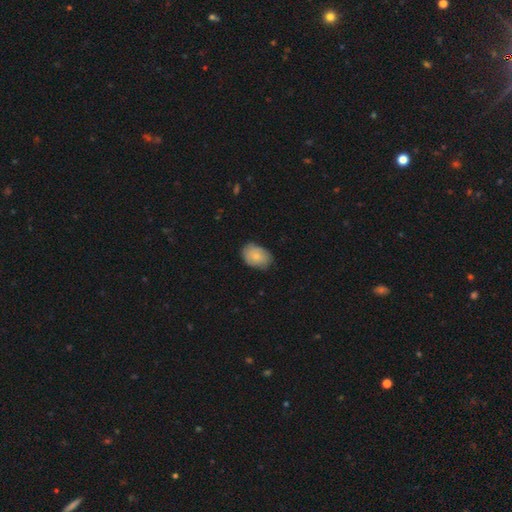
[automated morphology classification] Smooth or featured?
  - smooth: 76% *
  - featured or disk: 17%
  - star or artifact: 6%
How rounded?
  - in between: 80% *
  - round: 19%
  - cigar-shaped: 1%
Merging?
  - none: 73% *
  - minor disturbance: 23%
  - major disturbance: 4%
  - merger: 1%